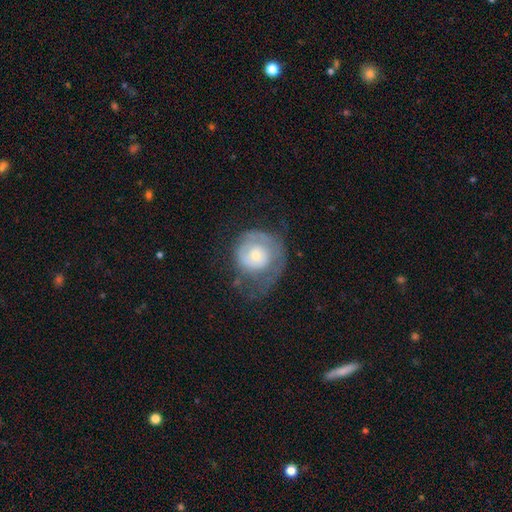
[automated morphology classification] Q: Smooth or featured?
A: featured or disk (51%); runner-up: smooth (42%)
Q: Edge-on disk?
A: no (96%); runner-up: yes (4%)
Q: Merging?
A: major disturbance (36%); runner-up: none (35%)